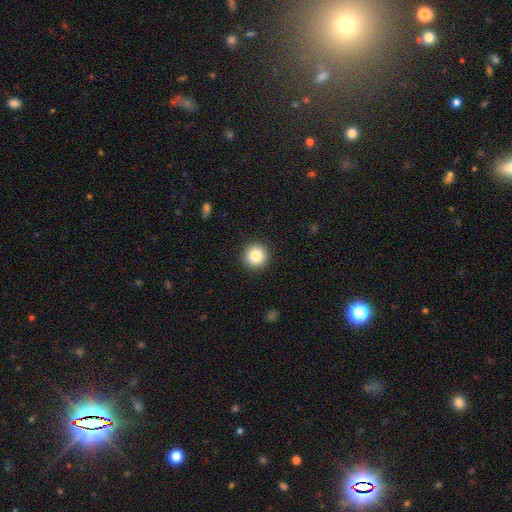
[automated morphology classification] This appears to be a smooth galaxy with no disk features (85%) that is round (96%). Merging: none (92%).